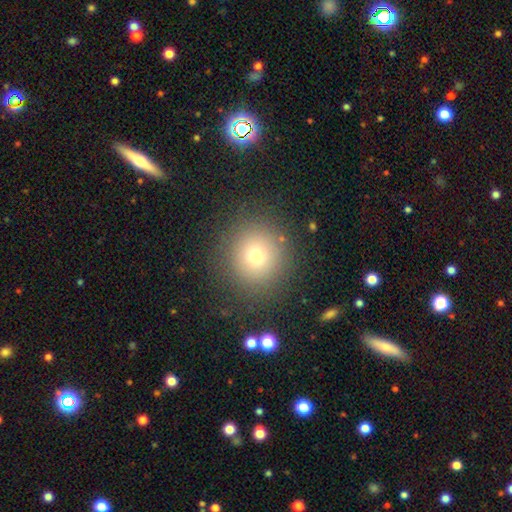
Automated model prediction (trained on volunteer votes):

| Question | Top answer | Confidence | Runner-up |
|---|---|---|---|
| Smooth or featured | smooth | 72% | star or artifact (16%) |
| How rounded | round | 89% | in between (10%) |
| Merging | none | 86% | minor disturbance (8%) |